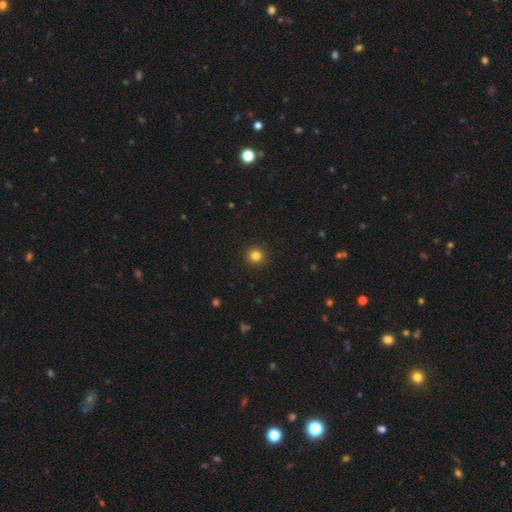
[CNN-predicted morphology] The model was most divided on "smooth or featured": smooth: 83%, star or artifact: 12%, featured or disk: 5%. More confident: how rounded — round (93%); merging — none (92%).